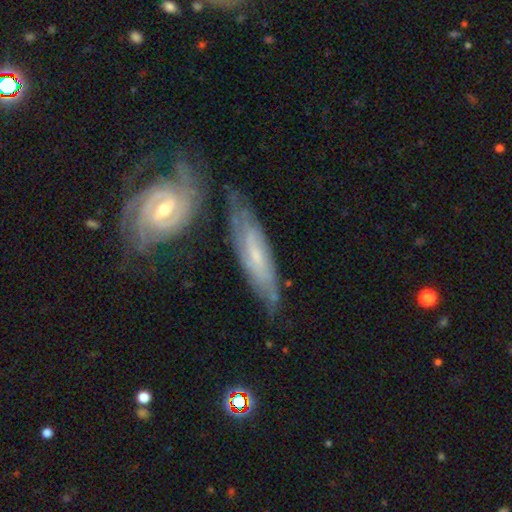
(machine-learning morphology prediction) featured or disk 68%, smooth 25%, star or artifact 7%. Down the decision tree: edge-on disk — no (70%); merging — none (64%).